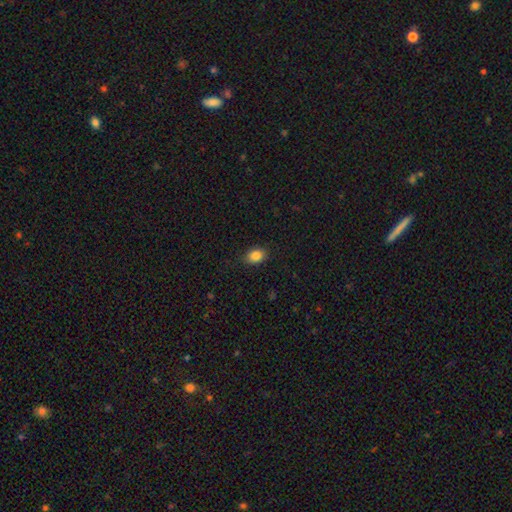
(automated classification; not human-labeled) A smooth galaxy with no disk features (86%) that is in between round and cigar-shaped (70%). Merging: none (84%).